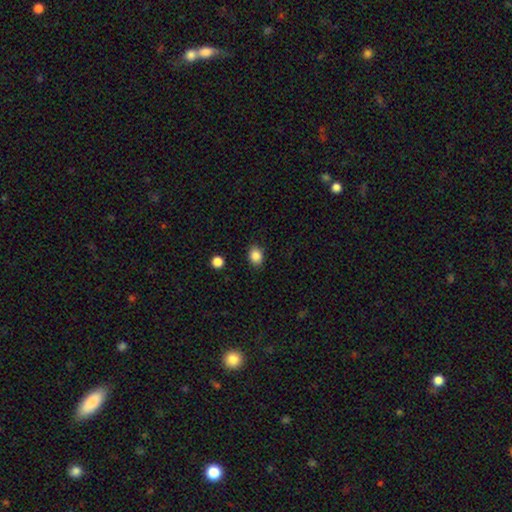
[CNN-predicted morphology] smooth 87%, star or artifact 9%, featured or disk 4%. Down the decision tree: how rounded — in between (56%); merging — none (87%).